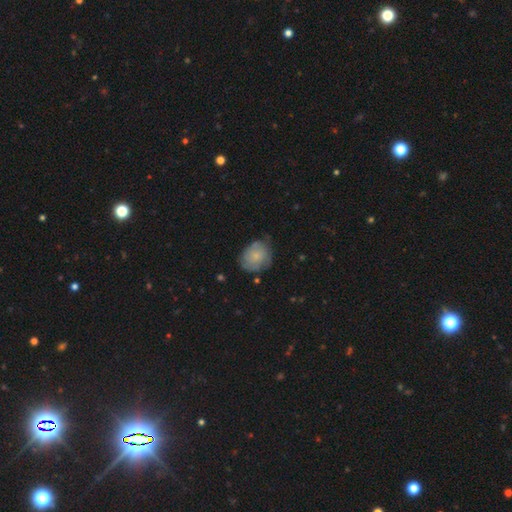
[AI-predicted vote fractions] smooth 57%, featured or disk 35%, star or artifact 7%. Down the decision tree: how rounded — round (61%); merging — none (61%).